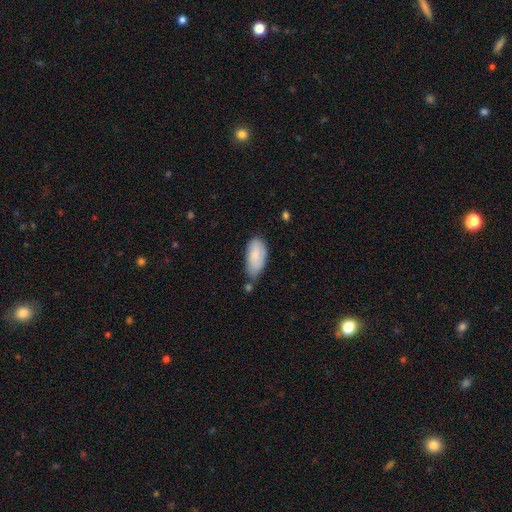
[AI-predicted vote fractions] The model was most divided on "merging": none: 50%, minor disturbance: 34%, merger: 9%, major disturbance: 7%. More confident: how rounded — in between (91%); smooth or featured — smooth (82%).